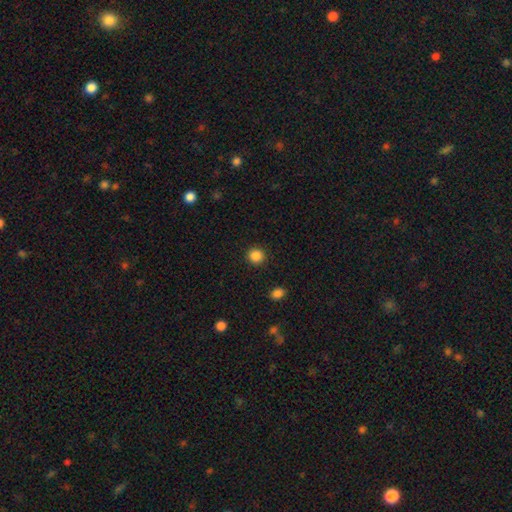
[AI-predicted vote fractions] A smooth galaxy with no disk features (86%) that is round (92%).

Vote fractions:
- Smooth or featured? smooth: 86% / star or artifact: 11% / featured or disk: 3%
- How rounded? round: 92% / in between: 7% / cigar-shaped: 1%
- Merging? none: 92% / minor disturbance: 5% / major disturbance: 2% / merger: 1%